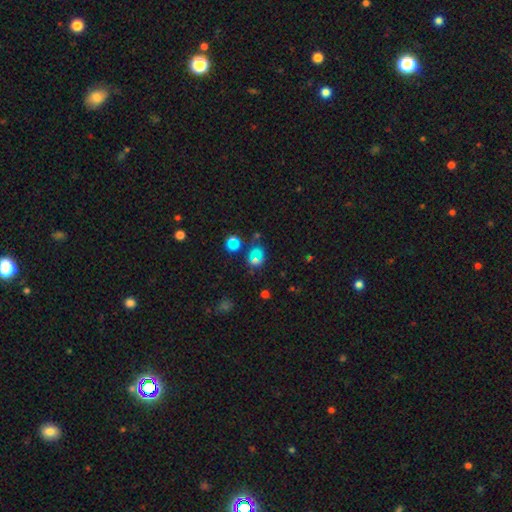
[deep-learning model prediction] smooth 55%, star or artifact 30%, featured or disk 15%. Down the decision tree: how rounded — round (65%); merging — none (60%).